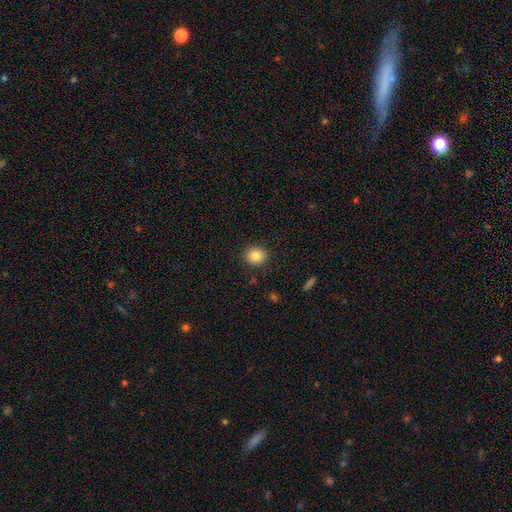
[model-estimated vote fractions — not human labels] The model was most divided on "how rounded": round: 82%, in between: 17%, cigar-shaped: 1%. More confident: merging — none (89%); smooth or featured — smooth (85%).